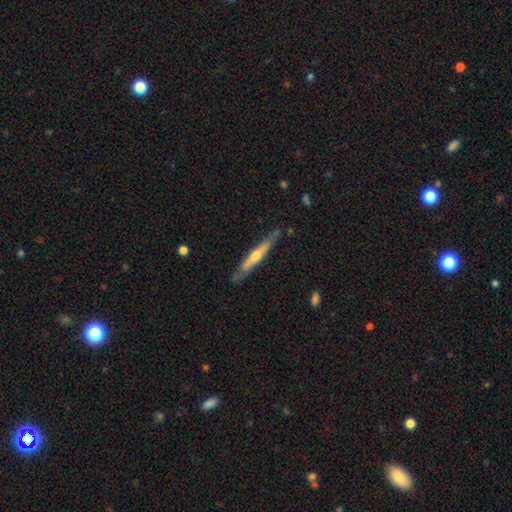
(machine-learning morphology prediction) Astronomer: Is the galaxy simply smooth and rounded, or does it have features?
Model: featured or disk — 59% (runner-up: smooth, 36%).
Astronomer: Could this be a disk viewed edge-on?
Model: yes — 92%.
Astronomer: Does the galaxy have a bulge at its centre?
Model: rounded — 70%.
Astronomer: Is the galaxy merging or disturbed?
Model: none — 80%.